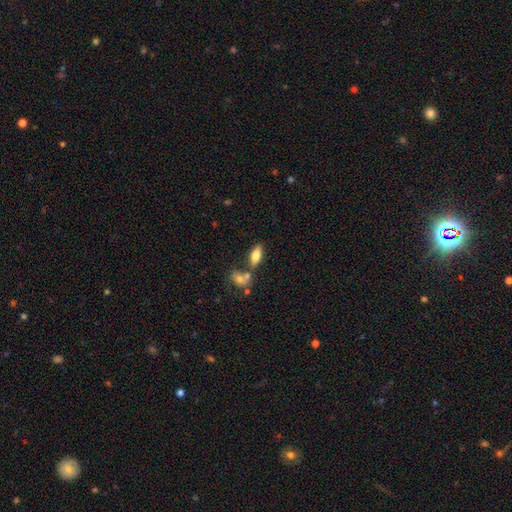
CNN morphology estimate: Smooth or featured: smooth — 73% (featured or disk — 20%)
How rounded: in between — 80% (cigar-shaped — 17%)
Merging: none — 63% (merger — 21%)